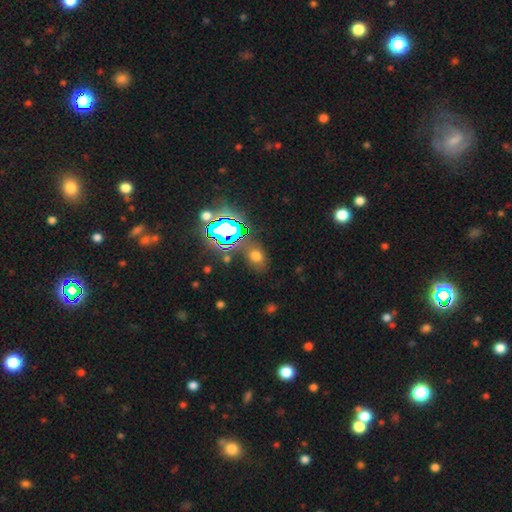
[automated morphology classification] A smooth galaxy with no disk features (58%) that is in between round and cigar-shaped (63%).

Vote fractions:
- Smooth or featured? smooth: 58% / star or artifact: 33% / featured or disk: 9%
- How rounded? in between: 63% / round: 35% / cigar-shaped: 2%
- Merging? none: 75% / minor disturbance: 14% / major disturbance: 6% / merger: 5%